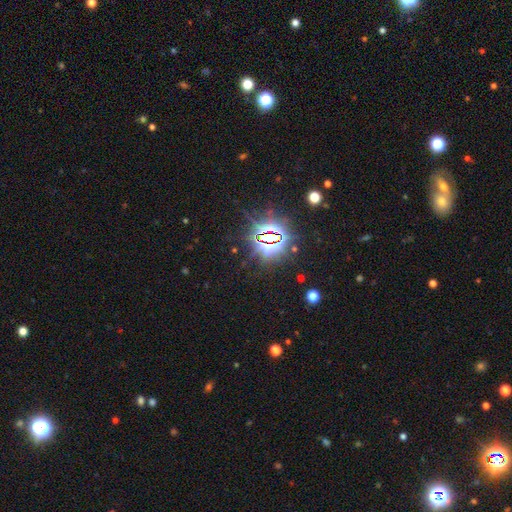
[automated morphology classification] This is clearly a star or artifact rather than a galaxy (85%).